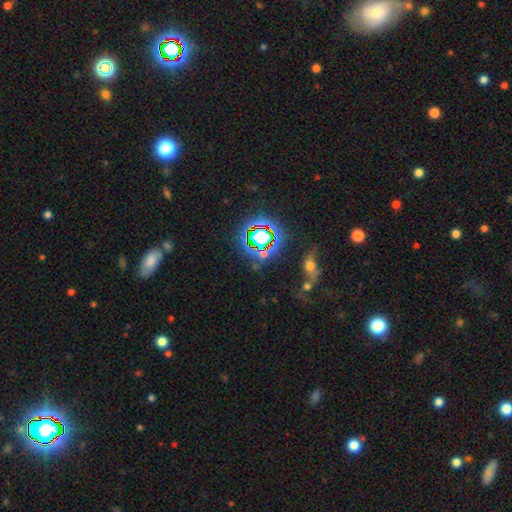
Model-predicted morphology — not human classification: star or artifact 73%, smooth 15%, featured or disk 11%.